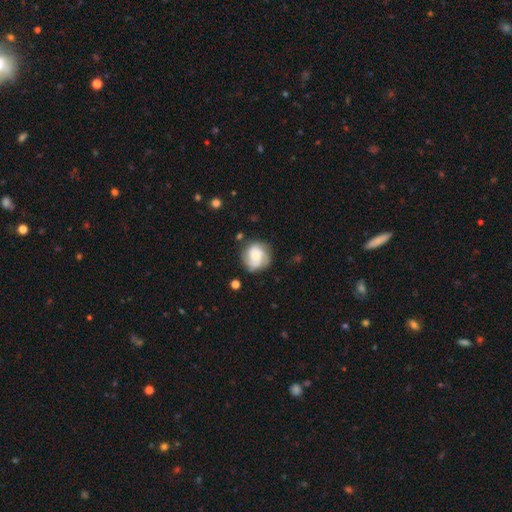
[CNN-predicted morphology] smooth-or-featured: featured or disk: 47% | smooth: 45% | star or artifact: 8%
  merging: none: 66% | minor disturbance: 22% | major disturbance: 9% | merger: 3%